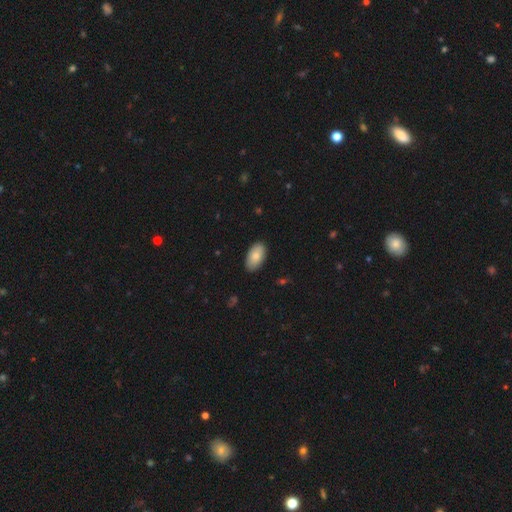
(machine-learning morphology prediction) Smooth or featured?
  - smooth: 82% *
  - featured or disk: 12%
  - star or artifact: 6%
How rounded?
  - in between: 95% *
  - round: 3%
  - cigar-shaped: 2%
Merging?
  - none: 87% *
  - minor disturbance: 10%
  - major disturbance: 2%
  - merger: 1%